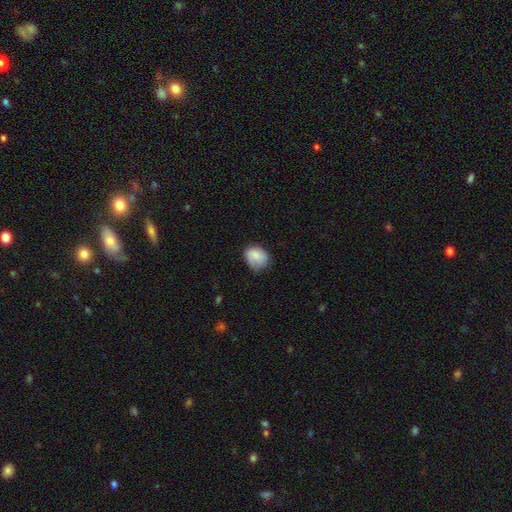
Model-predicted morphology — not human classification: A smooth galaxy with no disk features (81%) that is round (53%). Merging: none (58%).